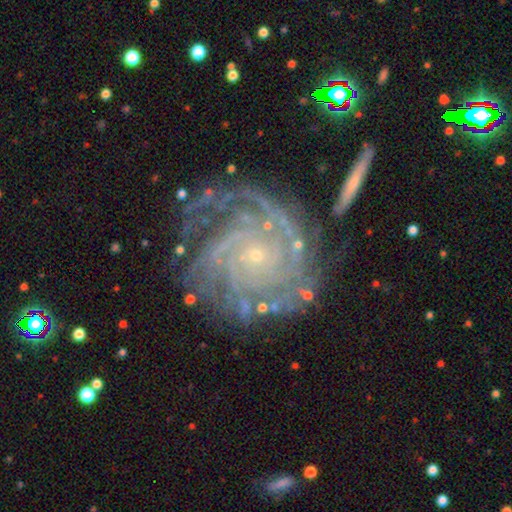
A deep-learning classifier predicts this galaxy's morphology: Smooth or featured? featured or disk (90%)
Edge-on disk? no (98%)
Bar? no (79%)
Spiral arms? yes (98%)
Spiral winding? tight (79%)
Spiral arm count? 4 (26%)
Bulge size? small (89%)
Merging? none (69%)